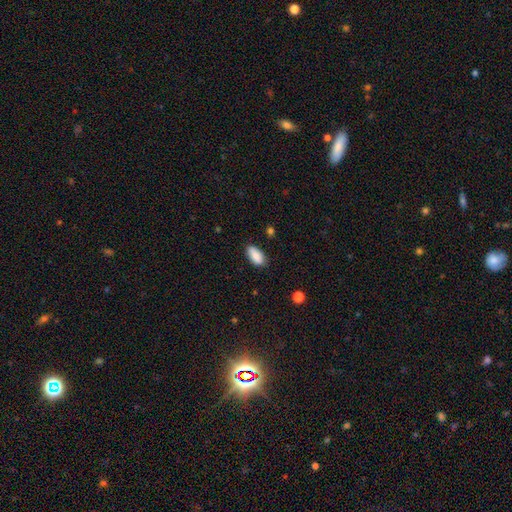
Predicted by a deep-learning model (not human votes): Smooth or featured?
  - smooth: 88% *
  - star or artifact: 7%
  - featured or disk: 5%
How rounded?
  - in between: 91% *
  - cigar-shaped: 7%
  - round: 2%
Merging?
  - none: 82% *
  - minor disturbance: 14%
  - major disturbance: 3%
  - merger: 1%